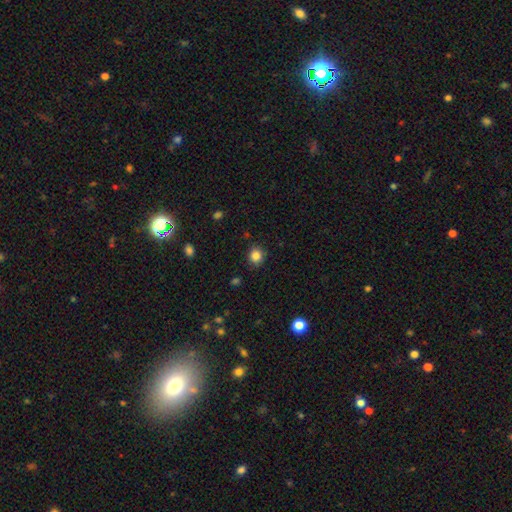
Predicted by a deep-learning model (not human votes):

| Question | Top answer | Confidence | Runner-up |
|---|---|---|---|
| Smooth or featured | smooth | 85% | star or artifact (11%) |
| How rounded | round | 82% | in between (17%) |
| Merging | none | 86% | minor disturbance (10%) |